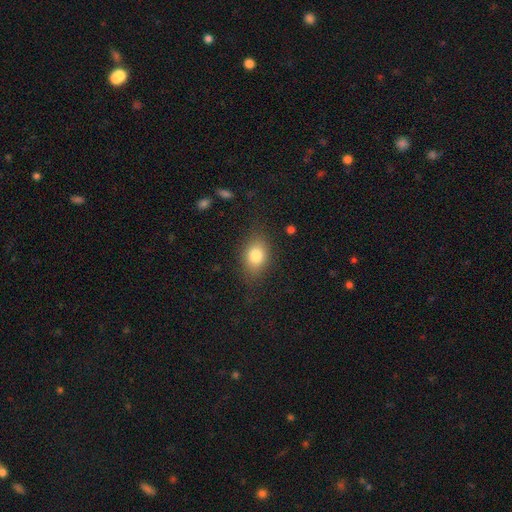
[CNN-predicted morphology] smooth-or-featured: smooth: 81% | featured or disk: 10% | star or artifact: 9%
  how-rounded: in between: 71% | round: 27% | cigar-shaped: 2%
  merging: none: 80% | minor disturbance: 14% | major disturbance: 5% | merger: 1%